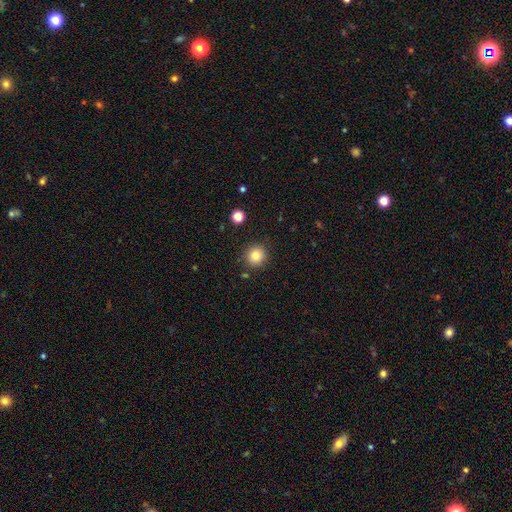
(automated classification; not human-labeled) Smooth or featured? smooth (82%)
How rounded? round (93%)
Merging? none (89%)